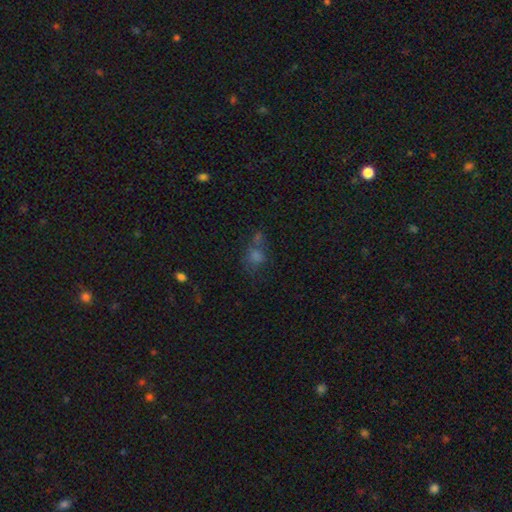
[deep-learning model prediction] Smooth or featured? smooth (58%)
How rounded? round (63%)
Merging? none (49%)